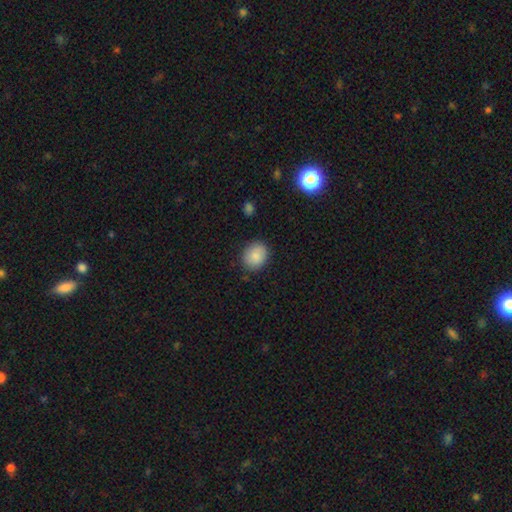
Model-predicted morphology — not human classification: Smooth or featured? Predicted: smooth (p=0.87). How rounded? Predicted: round (p=0.67). Merging? Predicted: none (p=0.87).